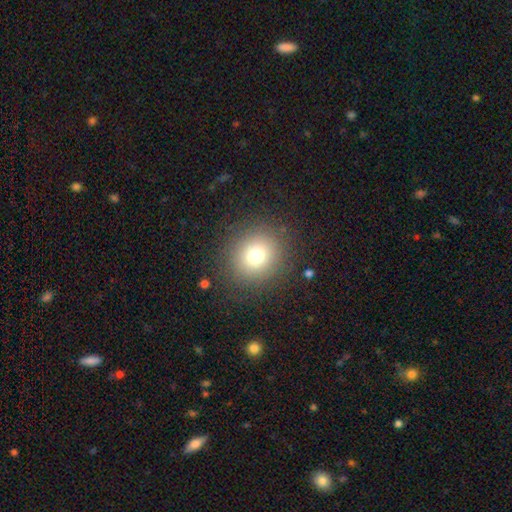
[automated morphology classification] smooth-or-featured: smooth: 75% | star or artifact: 15% | featured or disk: 11%
  how-rounded: round: 87% | in between: 12% | cigar-shaped: 1%
  merging: none: 86% | minor disturbance: 8% | major disturbance: 5% | merger: 1%